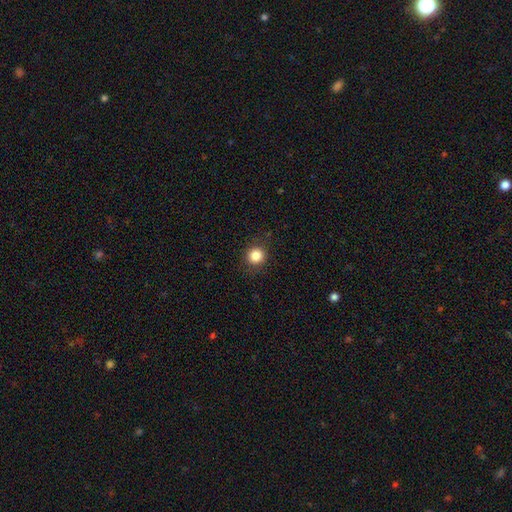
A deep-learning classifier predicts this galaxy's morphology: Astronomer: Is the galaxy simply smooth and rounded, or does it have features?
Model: smooth — 85%.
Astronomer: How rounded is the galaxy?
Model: round — 91%.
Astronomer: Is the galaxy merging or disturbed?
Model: none — 89%.